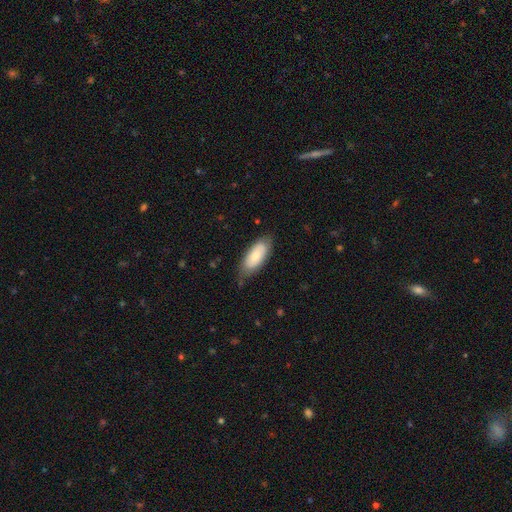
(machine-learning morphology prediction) This appears to be a smooth galaxy with no disk features (77%) that is in between round and cigar-shaped (84%). Merging: none (67%).